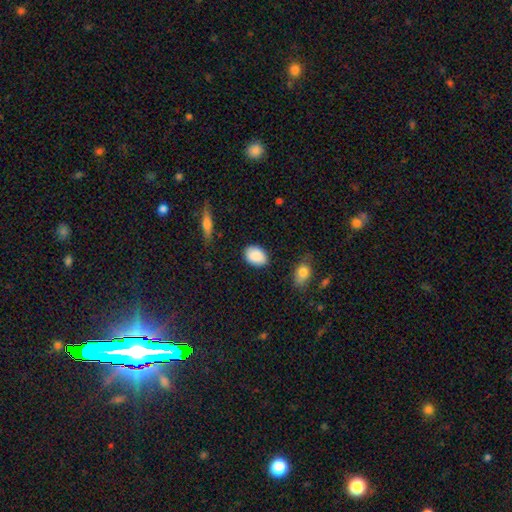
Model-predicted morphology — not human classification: smooth_or_featured: smooth (p=0.89) [alt: star or artifact p=0.07]
how_rounded: in between (p=0.81) [alt: round p=0.18]
merging: none (p=0.82) [alt: minor disturbance p=0.13]